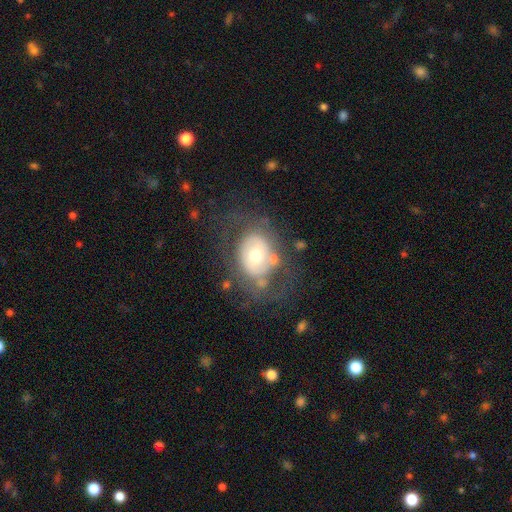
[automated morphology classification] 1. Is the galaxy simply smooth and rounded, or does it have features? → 54% featured or disk, 38% smooth, 8% star or artifact.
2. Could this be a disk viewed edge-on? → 95% no, 5% yes.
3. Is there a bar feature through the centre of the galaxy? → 78% no, 16% weak, 5% strong.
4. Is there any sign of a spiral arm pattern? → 63% no, 37% yes.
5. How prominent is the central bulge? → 67% moderate, 22% small, 9% large, 1% dominant, 1% none.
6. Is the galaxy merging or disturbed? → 54% none, 21% minor disturbance, 20% major disturbance, 6% merger.